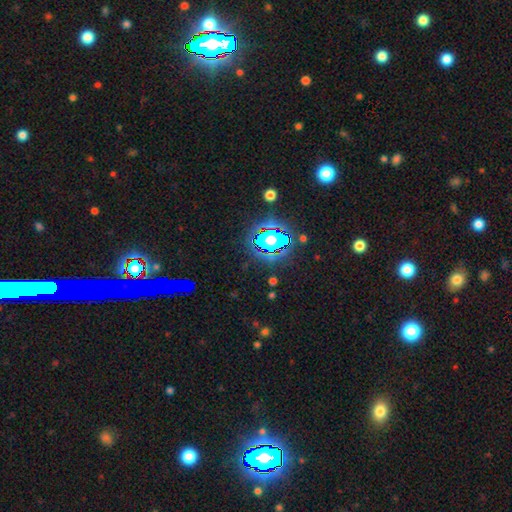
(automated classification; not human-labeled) smooth-or-featured: star or artifact: 78% | smooth: 11% | featured or disk: 11%